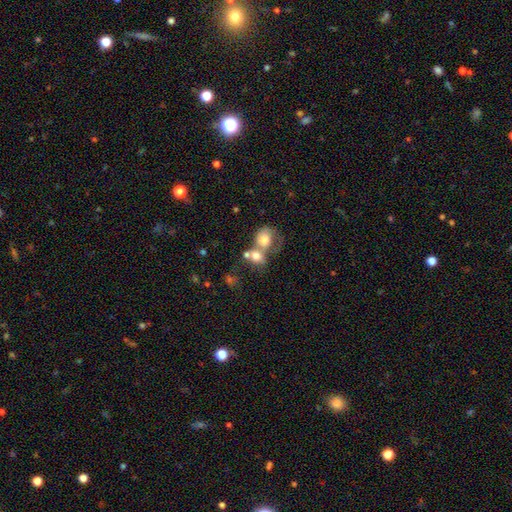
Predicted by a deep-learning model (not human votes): Smooth or featured: smooth — 68% (featured or disk — 21%)
How rounded: round — 53% (in between — 45%)
Merging: merger — 68% (none — 16%)